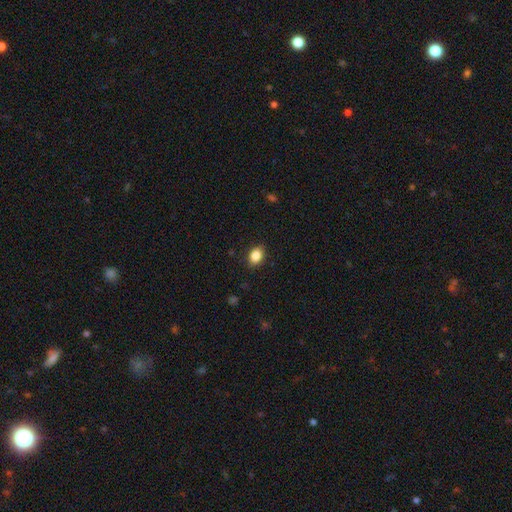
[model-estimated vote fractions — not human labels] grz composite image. It shows a smooth galaxy with no disk features (87%) that is in between round and cigar-shaped (68%). Merging: none (87%).